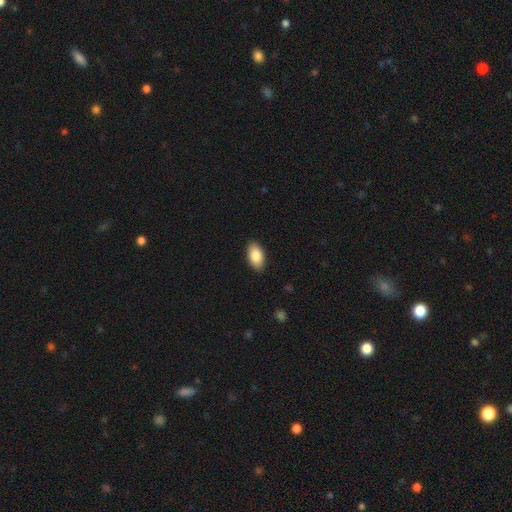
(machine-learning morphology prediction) Smooth or featured? smooth (87%)
How rounded? in between (95%)
Merging? none (89%)